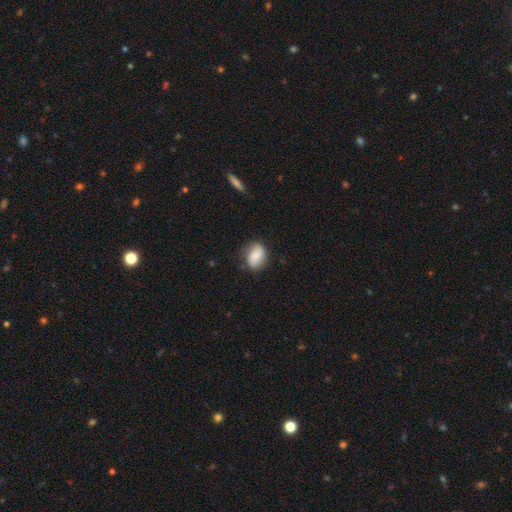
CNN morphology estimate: type=smooth (68%); roundness=in between (69%); merging=none (73%).